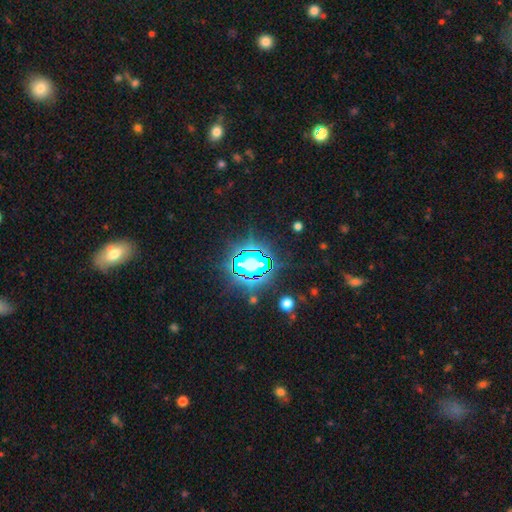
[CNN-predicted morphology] Smooth or featured: star or artifact — 78% (smooth — 14%)